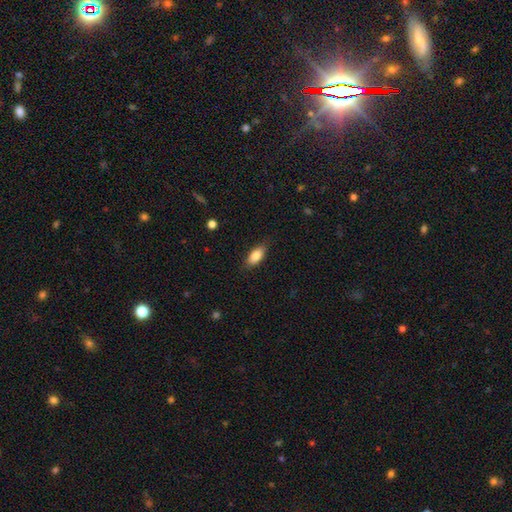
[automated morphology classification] Smooth or featured? smooth (82%)
How rounded? in between (83%)
Merging? none (84%)